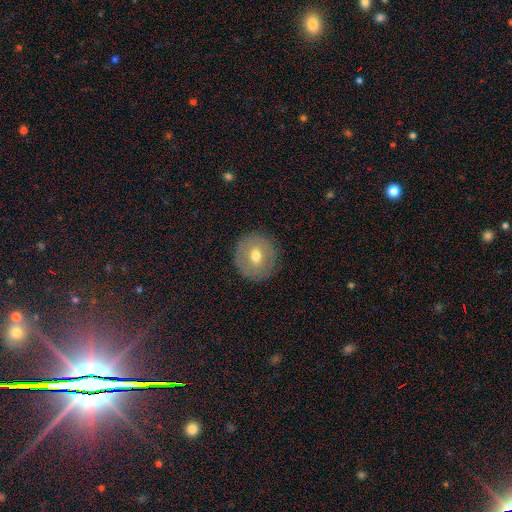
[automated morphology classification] A smooth galaxy with no disk features (57%) that is round (92%).

Vote fractions:
- Smooth or featured? smooth: 57% / featured or disk: 35% / star or artifact: 8%
- How rounded? round: 92% / in between: 7% / cigar-shaped: 1%
- Merging? none: 89% / minor disturbance: 7% / major disturbance: 2% / merger: 1%